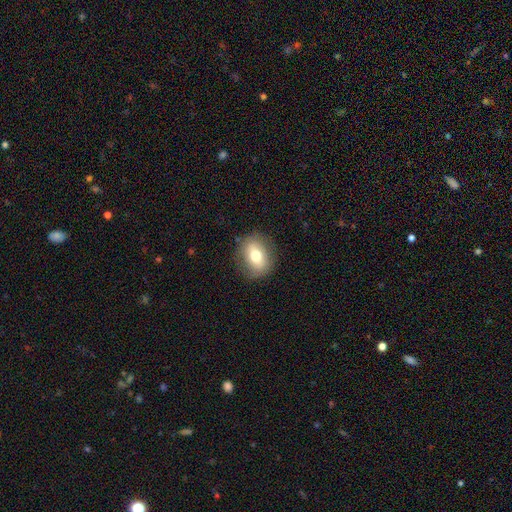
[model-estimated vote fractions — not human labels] Q: Smooth or featured?
A: smooth (66%); runner-up: featured or disk (26%)
Q: How rounded?
A: in between (57%); runner-up: round (42%)
Q: Merging?
A: none (83%); runner-up: minor disturbance (12%)